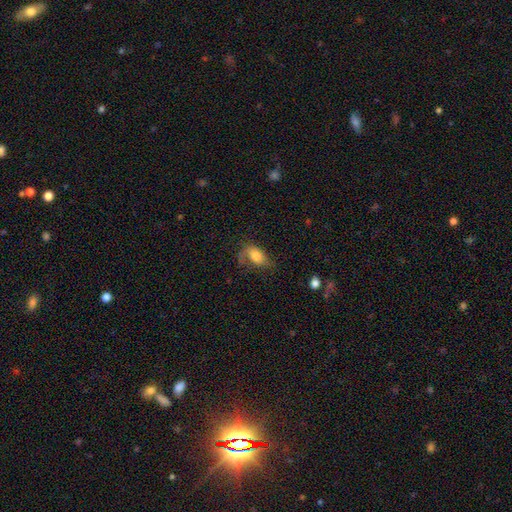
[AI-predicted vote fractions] Smooth or featured? smooth (62%)
How rounded? in between (85%)
Merging? none (36%)